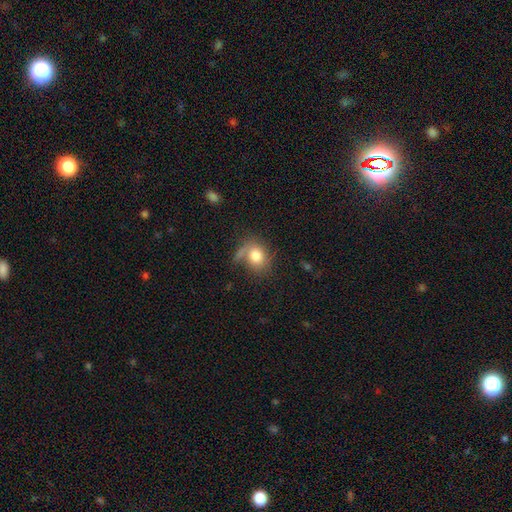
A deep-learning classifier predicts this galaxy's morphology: smooth_or_featured: smooth (p=0.77) [alt: featured or disk p=0.14]
how_rounded: round (p=0.57) [alt: in between p=0.42]
merging: none (p=0.53) [alt: minor disturbance p=0.20]